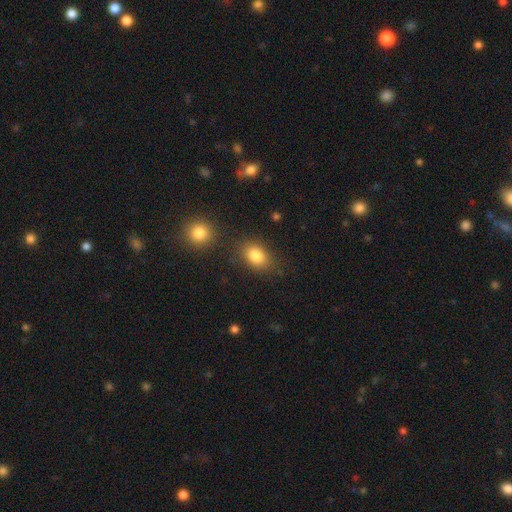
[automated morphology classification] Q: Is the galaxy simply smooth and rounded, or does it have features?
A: smooth — 84%.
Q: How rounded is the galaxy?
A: in between — 76%.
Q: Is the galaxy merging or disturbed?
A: none — 77%.